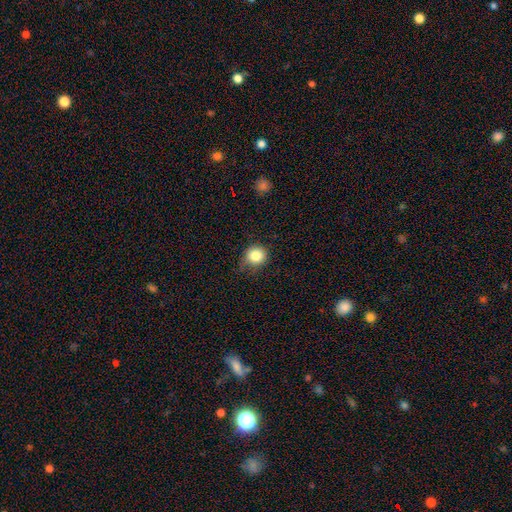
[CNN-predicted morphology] smooth_or_featured: smooth (p=0.82) [alt: star or artifact p=0.11]
how_rounded: round (p=0.89) [alt: in between p=0.10]
merging: none (p=0.68) [alt: minor disturbance p=0.25]